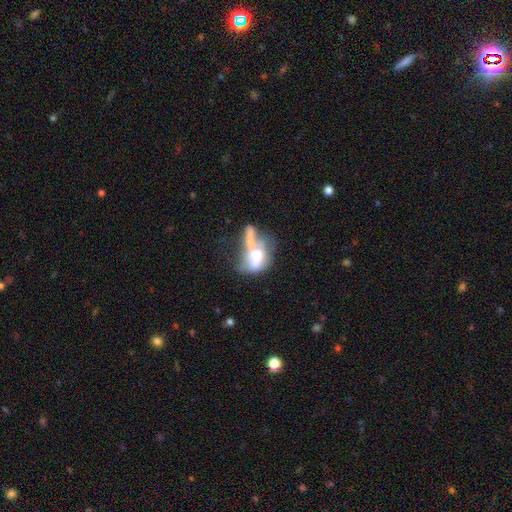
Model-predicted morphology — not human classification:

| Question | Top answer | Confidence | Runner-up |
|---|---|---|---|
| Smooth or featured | smooth | 45% | featured or disk (44%) |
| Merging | merger | 51% | major disturbance (24%) |